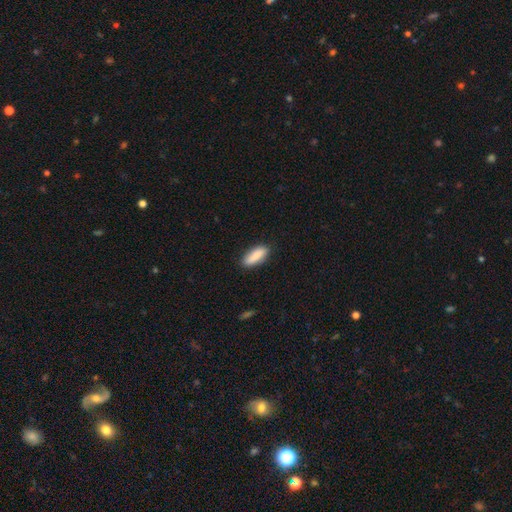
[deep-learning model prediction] smooth_or_featured: smooth (p=0.85) [alt: featured or disk p=0.09]
how_rounded: in between (p=0.63) [alt: cigar-shaped p=0.35]
merging: none (p=0.85) [alt: minor disturbance p=0.12]